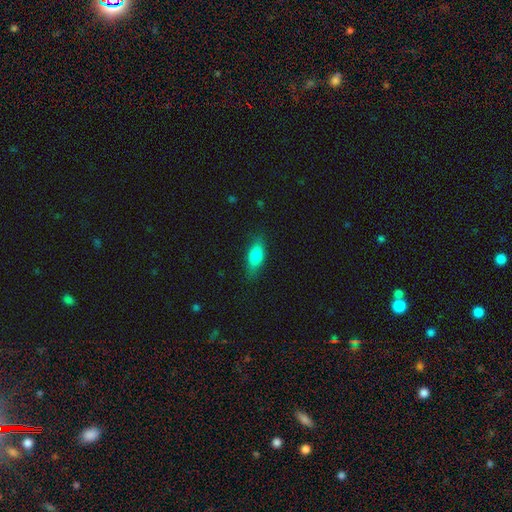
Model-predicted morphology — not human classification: A smooth galaxy with no disk features (77%) that is in between round and cigar-shaped (74%).

Vote fractions:
- Smooth or featured? smooth: 77% / featured or disk: 16% / star or artifact: 7%
- How rounded? in between: 74% / cigar-shaped: 22% / round: 4%
- Merging? none: 82% / minor disturbance: 14% / major disturbance: 3% / merger: 1%